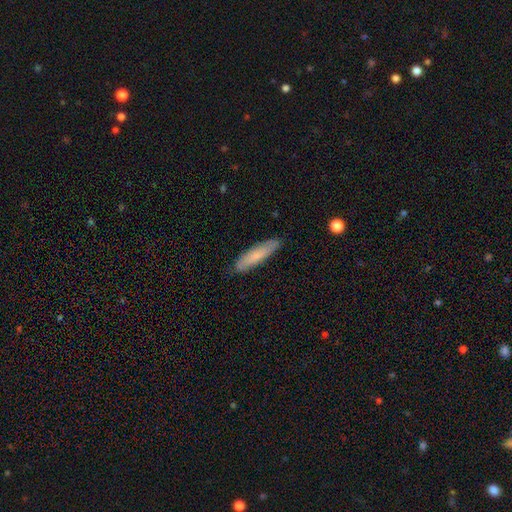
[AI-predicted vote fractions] Smooth or featured? smooth (71%)
How rounded? cigar-shaped (75%)
Merging? none (85%)